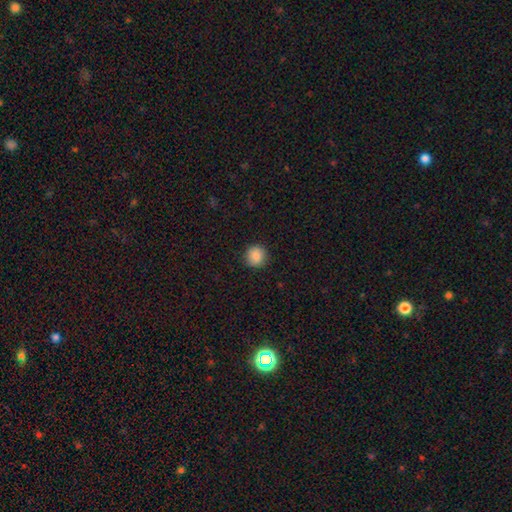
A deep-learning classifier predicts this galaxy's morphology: smooth-or-featured: smooth: 87% | star or artifact: 9% | featured or disk: 4%
  how-rounded: round: 92% | in between: 7% | cigar-shaped: 1%
  merging: none: 88% | minor disturbance: 8% | major disturbance: 2% | merger: 1%